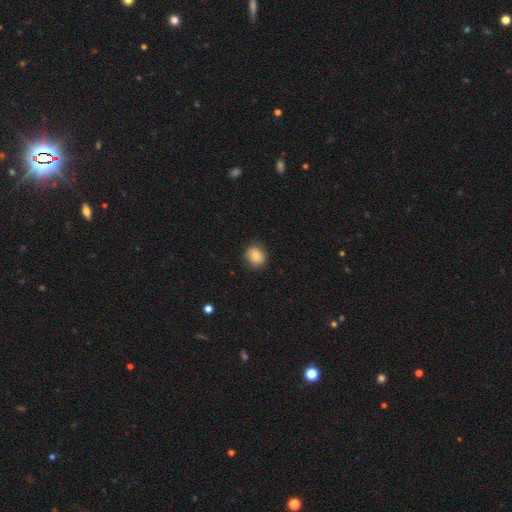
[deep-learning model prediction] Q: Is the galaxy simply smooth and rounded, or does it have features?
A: smooth — 79%.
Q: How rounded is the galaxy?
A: round — 67%.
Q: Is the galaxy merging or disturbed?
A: none — 83%.